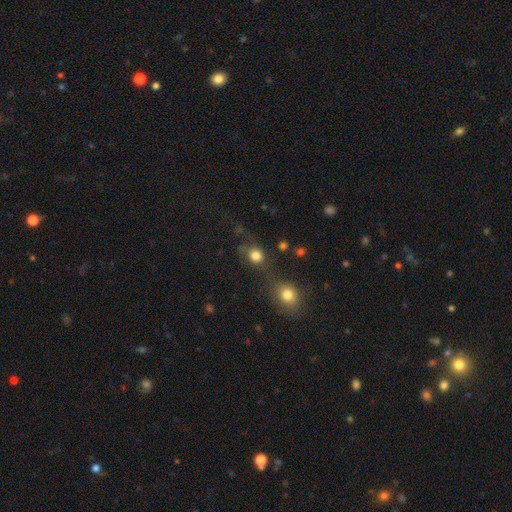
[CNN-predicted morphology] smooth_or_featured: smooth (p=0.78) [alt: star or artifact p=0.14]
how_rounded: round (p=0.76) [alt: in between p=0.22]
merging: none (p=0.50) [alt: merger p=0.25]